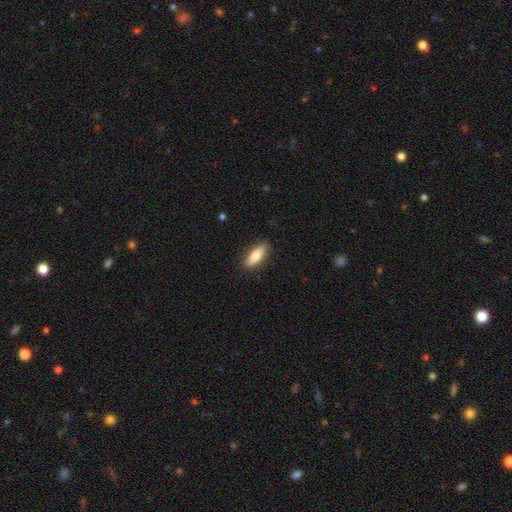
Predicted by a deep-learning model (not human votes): Overall: smooth (73%). How rounded: in between (65%; cigar-shaped 32%). Merging: none (86%).